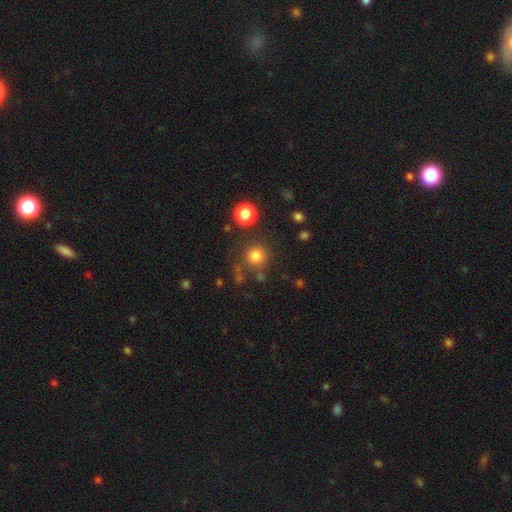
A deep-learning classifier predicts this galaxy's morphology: type=smooth (79%); roundness=round (94%); merging=none (80%).